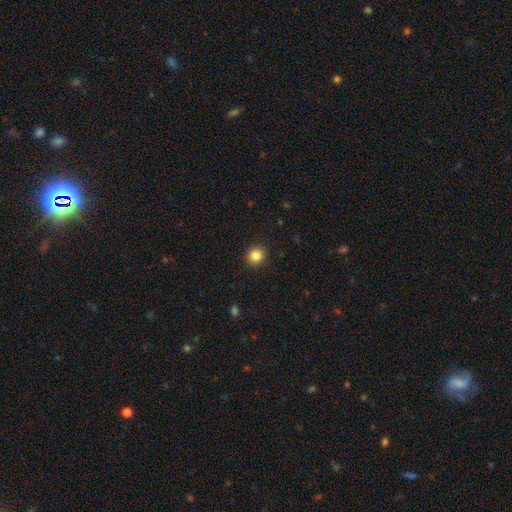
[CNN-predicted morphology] A smooth galaxy with no disk features (84%) that is round (88%).

Vote fractions:
- Smooth or featured? smooth: 84% / star or artifact: 10% / featured or disk: 5%
- How rounded? round: 88% / in between: 11% / cigar-shaped: 1%
- Merging? none: 92% / minor disturbance: 5% / major disturbance: 2% / merger: 1%